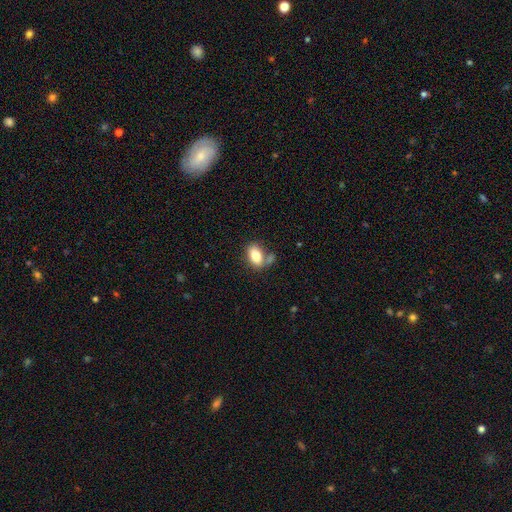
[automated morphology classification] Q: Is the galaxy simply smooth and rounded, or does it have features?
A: smooth — 80%.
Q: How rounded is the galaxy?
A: in between — 88%.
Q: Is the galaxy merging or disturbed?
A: none — 59%.